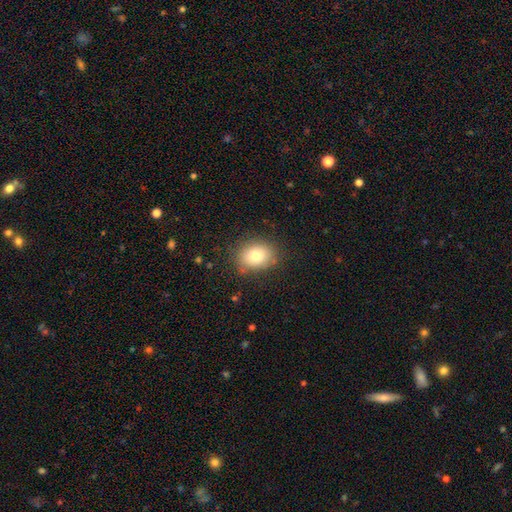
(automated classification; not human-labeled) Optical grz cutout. It shows a smooth galaxy with no disk features (78%) that is in between round and cigar-shaped (55%). Merging: none (82%).